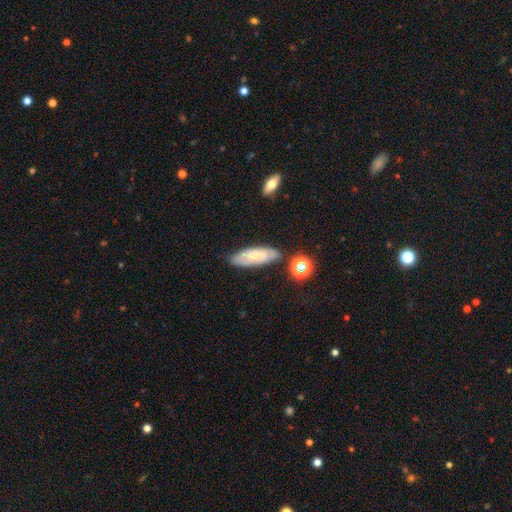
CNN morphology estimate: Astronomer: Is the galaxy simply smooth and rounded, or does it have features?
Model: smooth — 62%.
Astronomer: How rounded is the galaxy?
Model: in between — 64%.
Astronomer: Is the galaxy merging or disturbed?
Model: none — 75%.